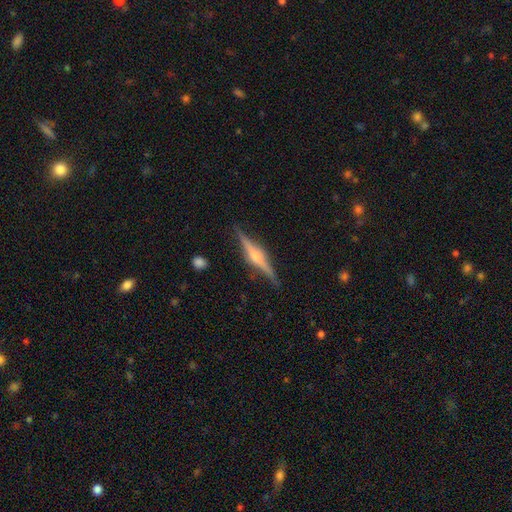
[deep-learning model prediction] Smooth or featured?
  - featured or disk: 81% *
  - smooth: 13%
  - star or artifact: 6%
Edge-on disk?
  - yes: 98% *
  - no: 2%
Edge-on bulge?
  - rounded: 87% *
  - boxy: 9%
  - none: 4%
Merging?
  - none: 88% *
  - minor disturbance: 9%
  - major disturbance: 2%
  - merger: 1%